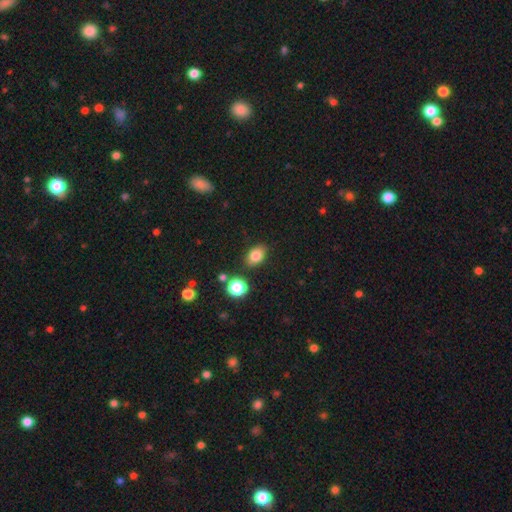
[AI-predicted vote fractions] Smooth or featured?
  - smooth: 82% *
  - star or artifact: 10%
  - featured or disk: 8%
How rounded?
  - in between: 81% *
  - round: 18%
  - cigar-shaped: 1%
Merging?
  - none: 84% *
  - minor disturbance: 10%
  - merger: 4%
  - major disturbance: 3%